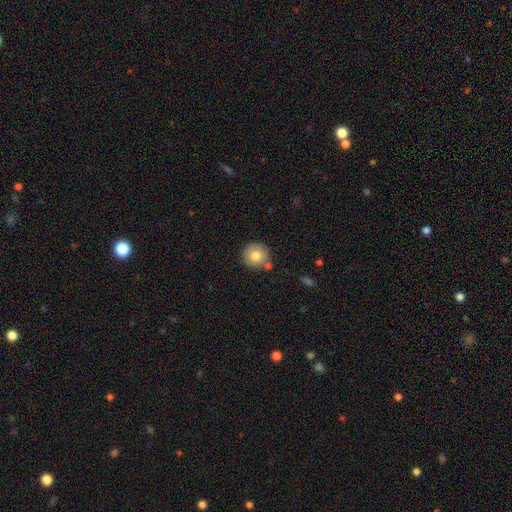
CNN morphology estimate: smooth-or-featured: smooth: 79% | featured or disk: 12% | star or artifact: 9%
  how-rounded: round: 94% | in between: 5% | cigar-shaped: 1%
  merging: none: 79% | minor disturbance: 10% | merger: 9% | major disturbance: 3%